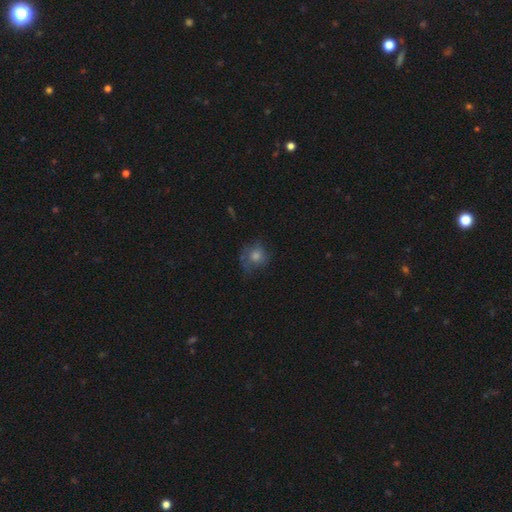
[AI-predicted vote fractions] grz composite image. It shows a smooth galaxy with no disk features (60%) that is round (80%). Merging: none (59%).